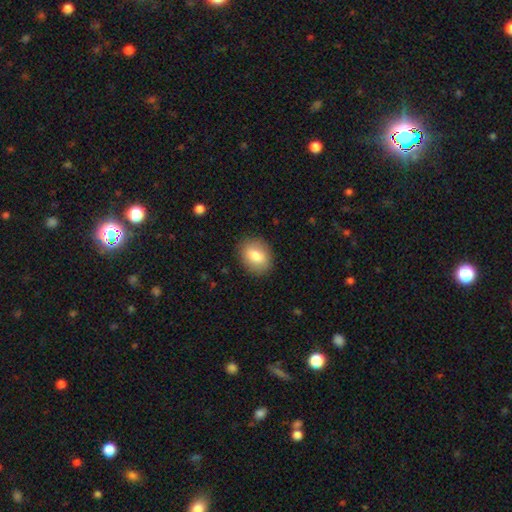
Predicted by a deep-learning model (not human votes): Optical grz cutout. It shows a smooth galaxy with no disk features (82%) that is in between round and cigar-shaped (63%). Merging: none (87%).